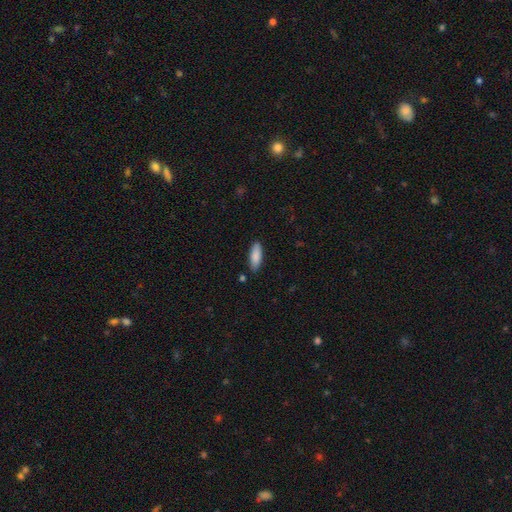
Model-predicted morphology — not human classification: A smooth galaxy with no disk features (88%) that is in between round and cigar-shaped (63%). Merging: none (86%).